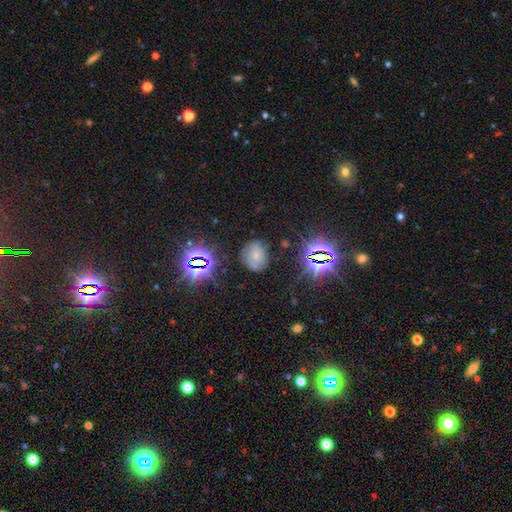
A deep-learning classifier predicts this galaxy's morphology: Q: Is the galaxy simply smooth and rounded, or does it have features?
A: smooth — 46%.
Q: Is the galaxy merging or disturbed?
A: none — 67%.